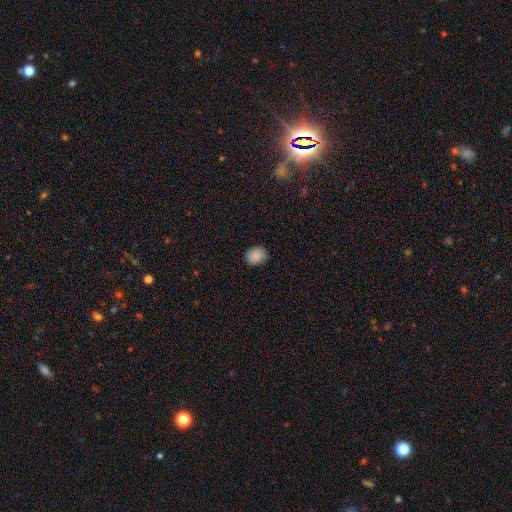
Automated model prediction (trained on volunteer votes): Morphology: type=smooth (87%); roundness=round (71%); merging=none (88%).